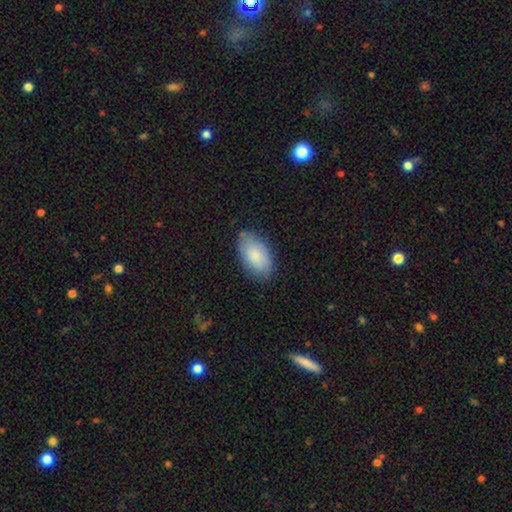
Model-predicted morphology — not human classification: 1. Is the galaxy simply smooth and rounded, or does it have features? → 80% smooth, 14% featured or disk, 6% star or artifact.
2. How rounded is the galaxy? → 95% in between, 4% round, 2% cigar-shaped.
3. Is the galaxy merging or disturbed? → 76% none, 19% minor disturbance, 4% major disturbance, 1% merger.